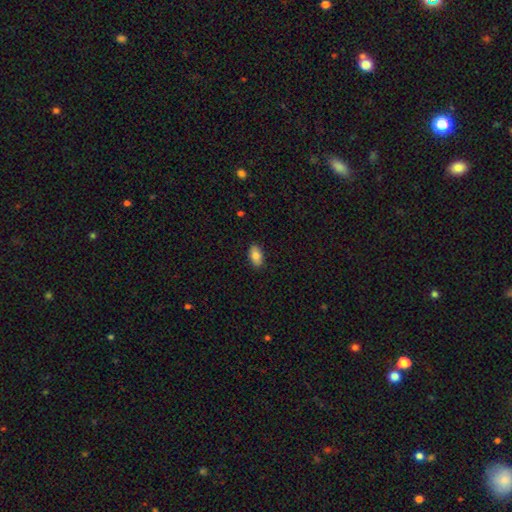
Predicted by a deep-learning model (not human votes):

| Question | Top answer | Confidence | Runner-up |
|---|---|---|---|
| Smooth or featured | smooth | 82% | featured or disk (11%) |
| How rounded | in between | 92% | round (5%) |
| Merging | none | 89% | minor disturbance (9%) |